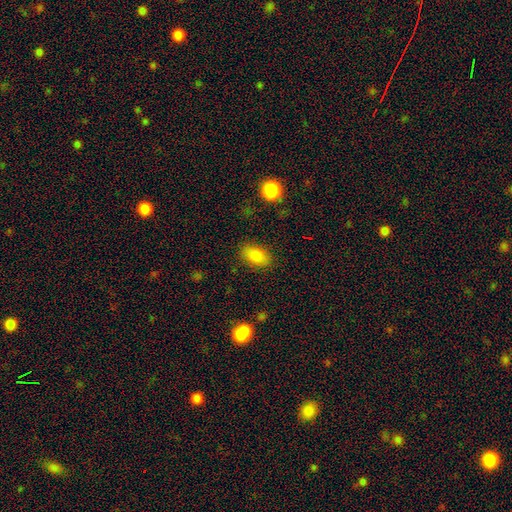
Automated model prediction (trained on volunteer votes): smooth 85%, star or artifact 9%, featured or disk 6%. Down the decision tree: how rounded — in between (89%); merging — none (85%).